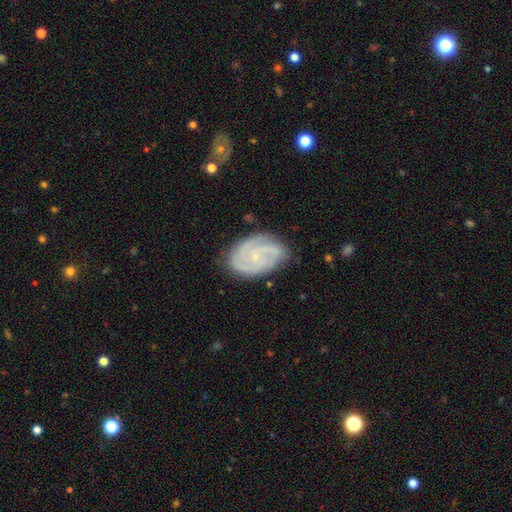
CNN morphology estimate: The model was most divided on "spiral arm count": 3: 40%, 2: 26%, can't tell: 14%, 4: 11%, 1: 5%, more than 4: 5%. More confident: edge-on disk — no (98%); spiral arms — yes (97%); smooth or featured — featured or disk (85%); bulge size — small (80%); merging — none (77%); bar — no (68%); spiral winding — tight (60%).